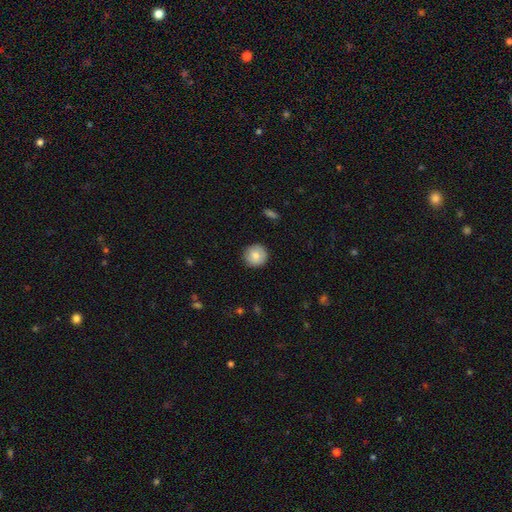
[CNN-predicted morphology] smooth 81%, featured or disk 11%, star or artifact 7%. Down the decision tree: how rounded — round (94%); merging — none (89%).